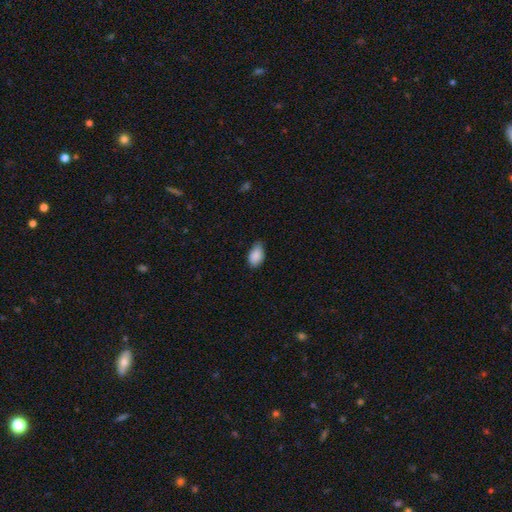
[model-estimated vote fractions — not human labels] Morphology: type=smooth (88%); roundness=in between (90%); merging=none (61%).